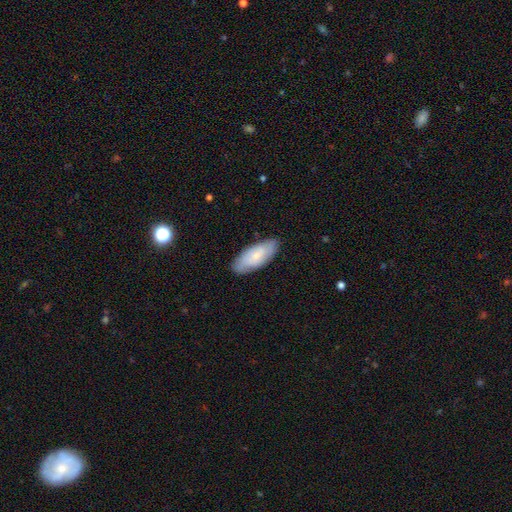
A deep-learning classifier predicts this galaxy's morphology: This is likely a smooth galaxy (62%). How rounded: clearly in between (82%). Merging: clearly none (84%).